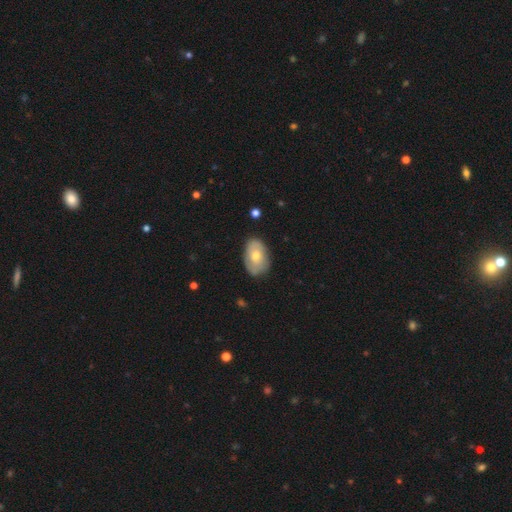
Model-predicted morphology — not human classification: Smooth or featured? Predicted: smooth (p=0.60). How rounded? Predicted: in between (p=0.88). Merging? Predicted: none (p=0.80).